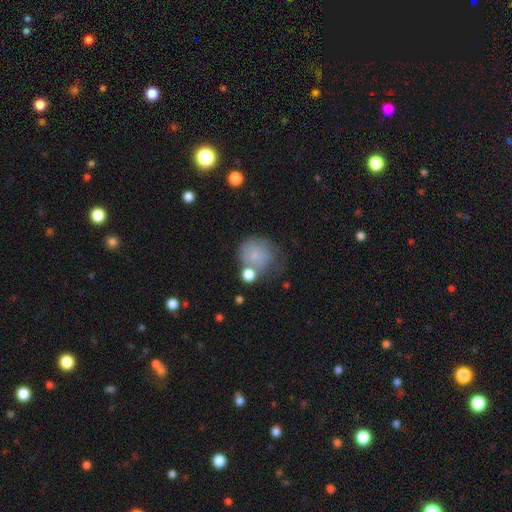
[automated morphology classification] A smooth galaxy with no disk features (71%) that is round (79%).

Vote fractions:
- Smooth or featured? smooth: 71% / featured or disk: 18% / star or artifact: 11%
- How rounded? round: 79% / in between: 20% / cigar-shaped: 1%
- Merging? none: 41% / minor disturbance: 25% / major disturbance: 19% / merger: 15%